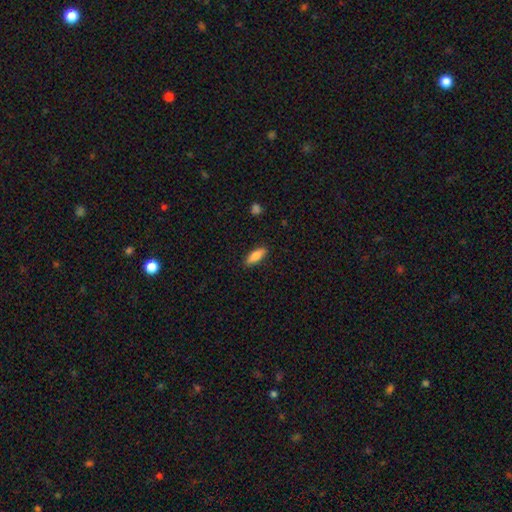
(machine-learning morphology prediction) Q: Smooth or featured?
A: smooth (81%); runner-up: featured or disk (13%)
Q: How rounded?
A: in between (64%); runner-up: cigar-shaped (34%)
Q: Merging?
A: none (88%); runner-up: minor disturbance (9%)